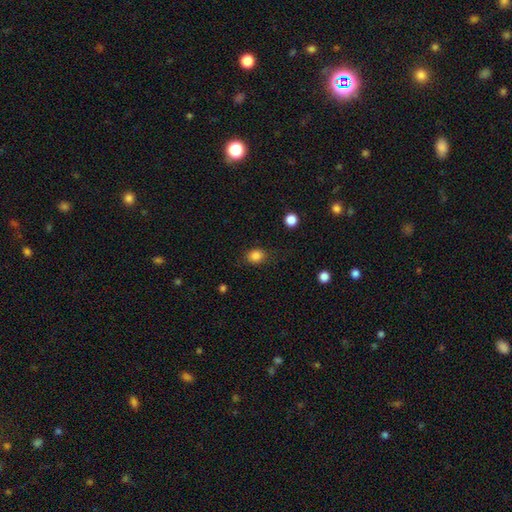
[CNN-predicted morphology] smooth-or-featured: smooth: 84% | star or artifact: 11% | featured or disk: 5%
  how-rounded: round: 60% | in between: 39% | cigar-shaped: 1%
  merging: none: 80% | minor disturbance: 14% | major disturbance: 4% | merger: 1%